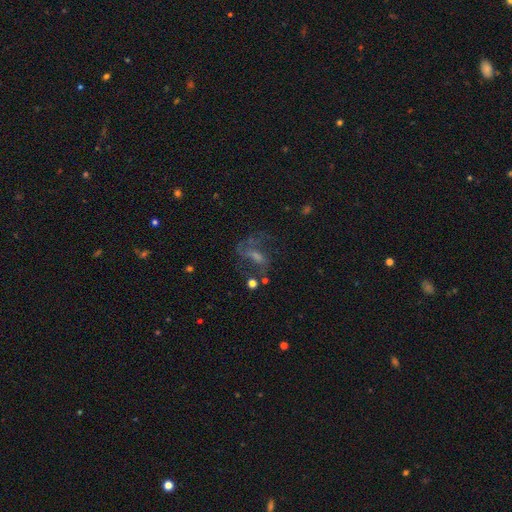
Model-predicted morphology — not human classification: type=featured or disk (57%); edge-on=no (93%); bar=weak (42%); spiral arms=yes (72%); bulge=small (39%); merging=none (49%).